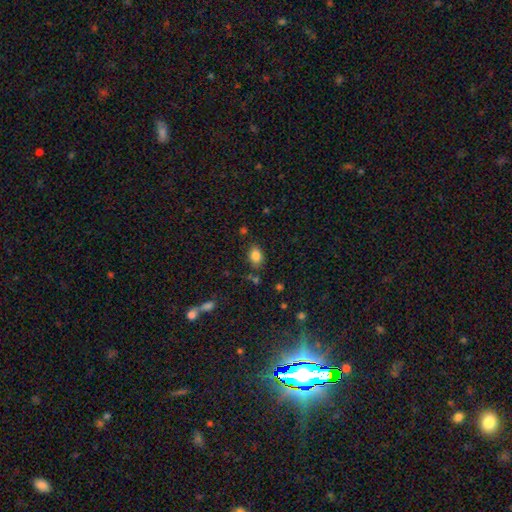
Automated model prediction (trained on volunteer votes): Smooth or featured: smooth — 84% (star or artifact — 10%)
How rounded: in between — 81% (round — 18%)
Merging: none — 78% (minor disturbance — 14%)